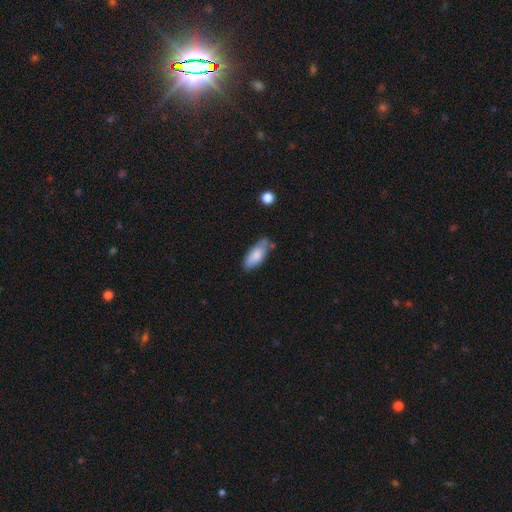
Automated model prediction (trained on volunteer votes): Overall: smooth (80%). How rounded: in between (81%). Merging: none (63%; minor disturbance 27%).